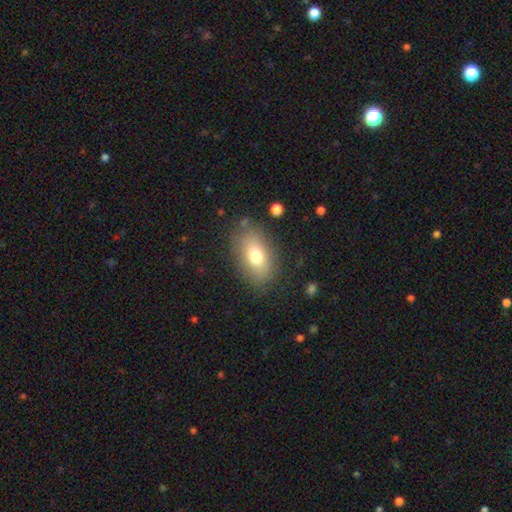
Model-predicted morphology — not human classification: Smooth or featured? smooth (73%)
How rounded? in between (87%)
Merging? none (80%)